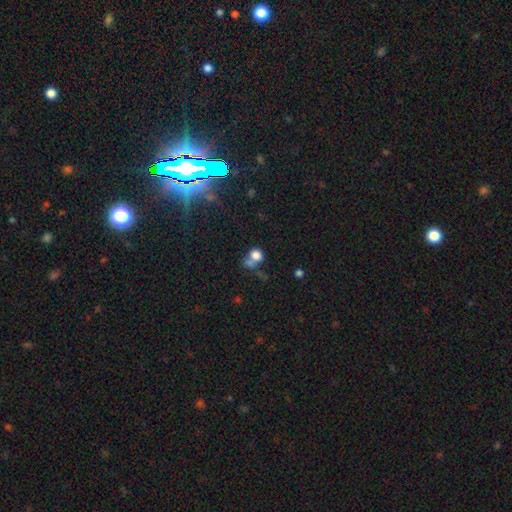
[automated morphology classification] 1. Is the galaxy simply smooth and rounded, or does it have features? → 76% smooth, 14% star or artifact, 10% featured or disk.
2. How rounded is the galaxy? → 73% round, 26% in between, 1% cigar-shaped.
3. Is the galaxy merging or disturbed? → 39% merger, 37% none, 14% minor disturbance, 11% major disturbance.